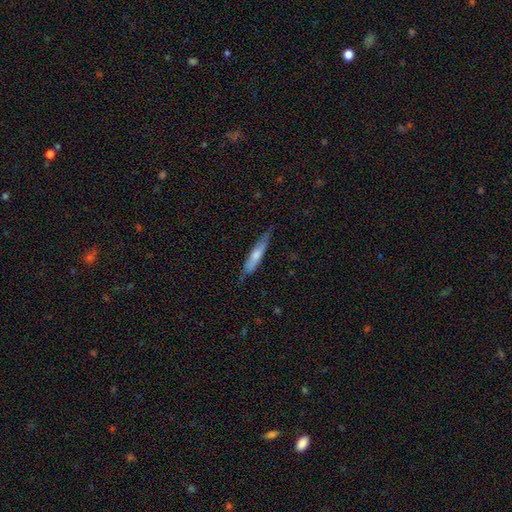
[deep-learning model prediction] A smooth galaxy with no disk features (61%) that is cigar-shaped (85%). Merging: none (71%).